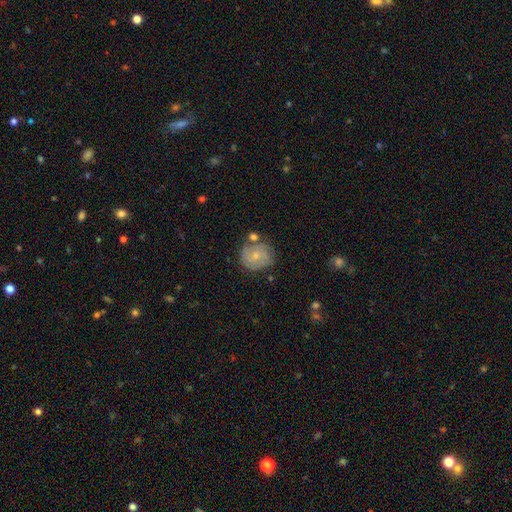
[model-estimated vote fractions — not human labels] smooth_or_featured: featured or disk (p=0.50) [alt: smooth p=0.42]
disk_edge_on: no (p=0.98) [alt: yes p=0.02]
merging: none (p=0.66) [alt: minor disturbance p=0.20]